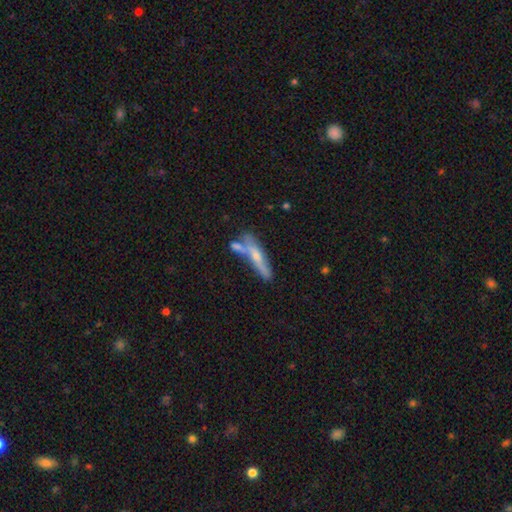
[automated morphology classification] Smooth or featured? Predicted: featured or disk (p=0.50). Merging? Predicted: none (p=0.45).